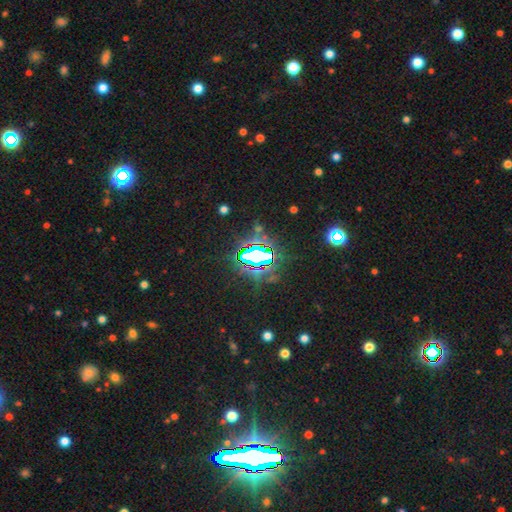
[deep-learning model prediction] This is likely a star or artifact rather than a galaxy (77%).